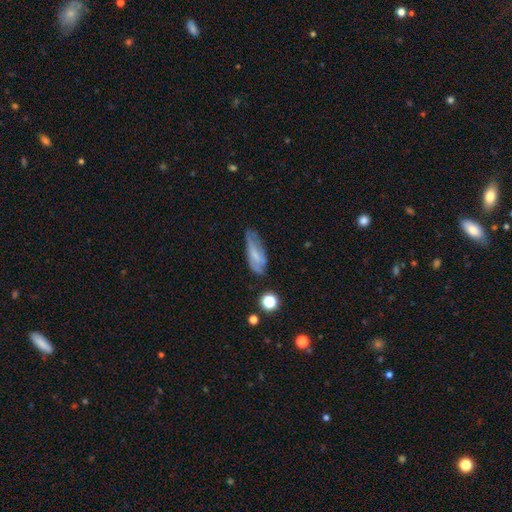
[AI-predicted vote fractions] The model was most divided on "smooth or featured": smooth: 52%, featured or disk: 39%, star or artifact: 9%. More confident: how rounded — in between (66%); merging — none (55%).